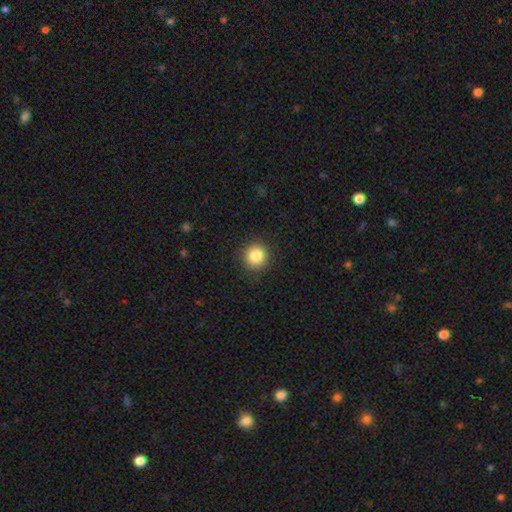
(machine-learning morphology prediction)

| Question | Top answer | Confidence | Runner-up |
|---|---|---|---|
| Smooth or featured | smooth | 85% | star or artifact (10%) |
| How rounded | round | 93% | in between (6%) |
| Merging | none | 91% | minor disturbance (6%) |